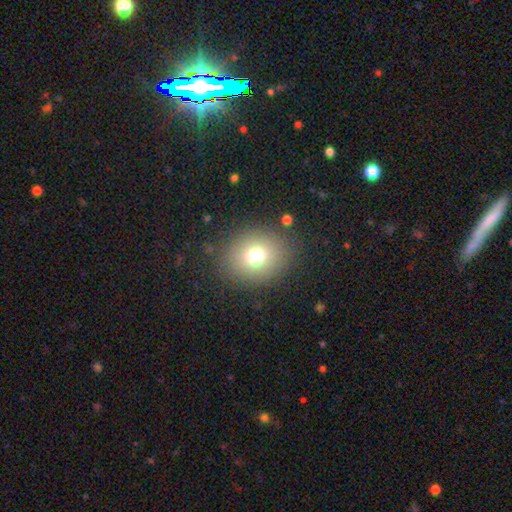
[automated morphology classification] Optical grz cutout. It shows a smooth galaxy with no disk features (72%) that is round (66%). Merging: none (85%).